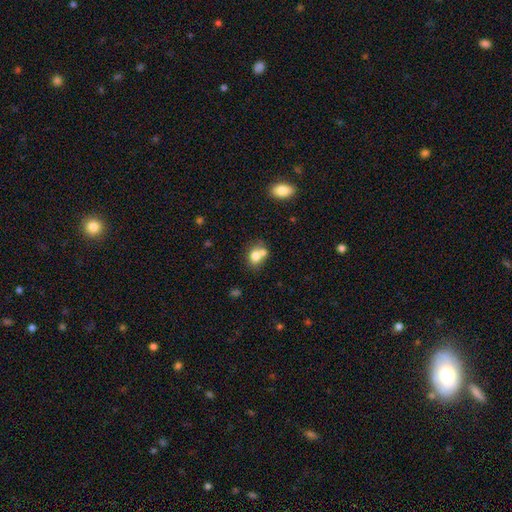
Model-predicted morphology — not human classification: This is likely a smooth galaxy (75%). How rounded: possibly round (54%). Merging: possibly merger (47%).